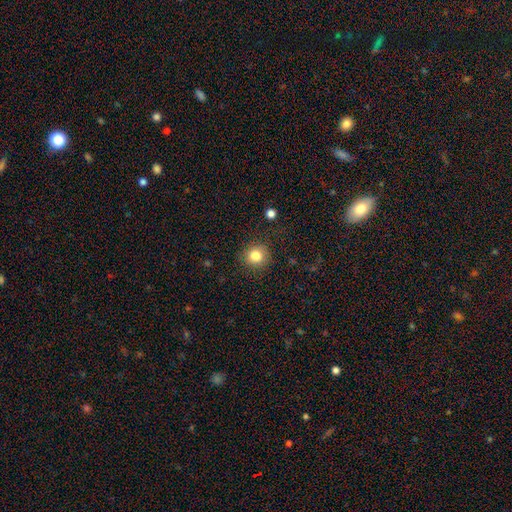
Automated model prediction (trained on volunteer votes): A smooth galaxy with no disk features (83%) that is round (89%). Merging: none (84%).